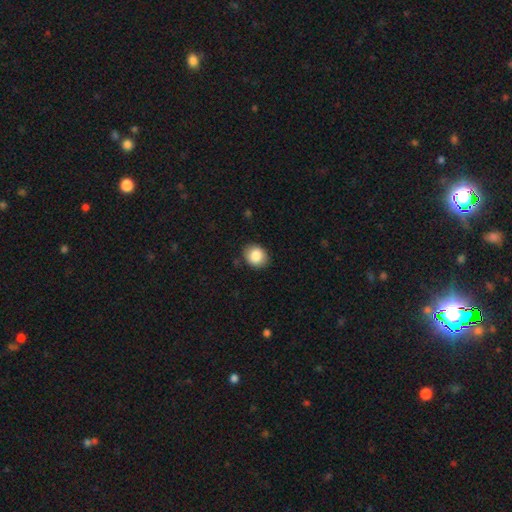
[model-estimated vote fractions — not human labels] This appears to be a smooth galaxy with no disk features (86%) that is round (62%). Merging: none (87%).